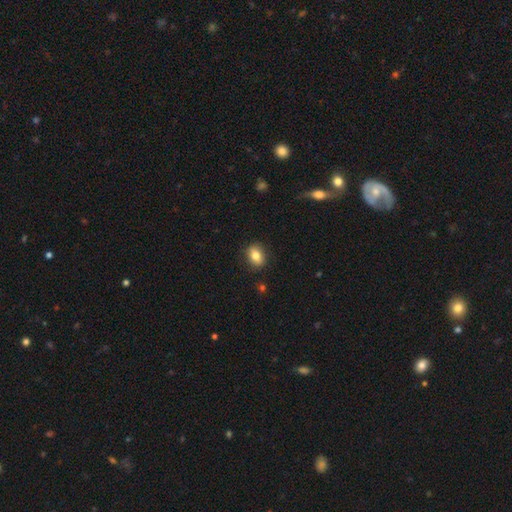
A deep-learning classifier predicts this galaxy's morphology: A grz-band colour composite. It shows a smooth galaxy with no disk features (80%) that is in between round and cigar-shaped (70%). Merging: none (86%).